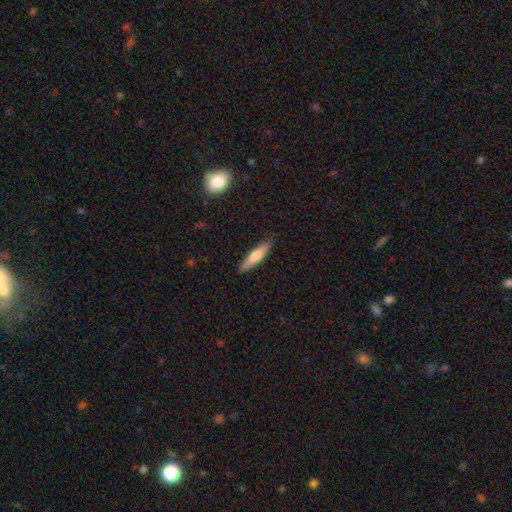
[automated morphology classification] Overall: smooth (64%; featured or disk 30%). How rounded: cigar-shaped (84%). Merging: none (89%).